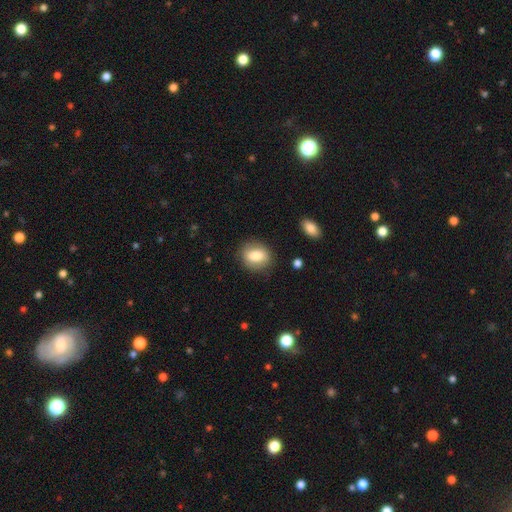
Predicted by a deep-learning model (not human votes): smooth-or-featured: smooth: 81% | featured or disk: 11% | star or artifact: 8%
  how-rounded: in between: 56% | round: 42% | cigar-shaped: 2%
  merging: none: 83% | minor disturbance: 12% | major disturbance: 4% | merger: 2%